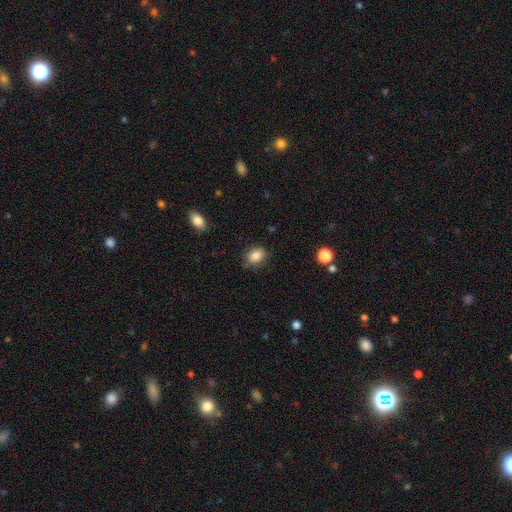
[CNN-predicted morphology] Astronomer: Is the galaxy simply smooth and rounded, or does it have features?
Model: smooth — 86%.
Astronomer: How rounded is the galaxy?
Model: in between — 60% (runner-up: round, 39%).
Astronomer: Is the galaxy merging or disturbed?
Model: none — 79%.